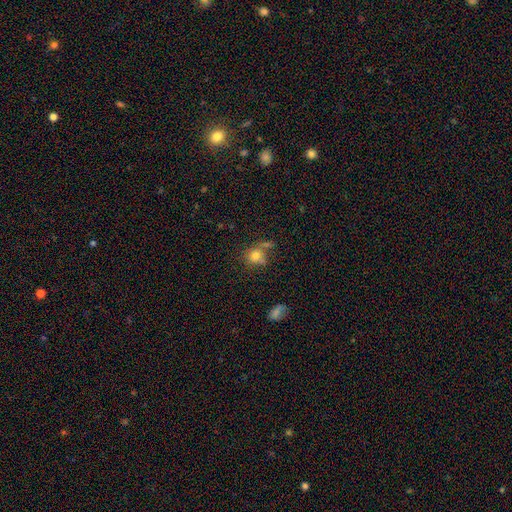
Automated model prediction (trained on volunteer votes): smooth_or_featured: smooth (p=0.76) [alt: star or artifact p=0.13]
how_rounded: round (p=0.75) [alt: in between p=0.23]
merging: none (p=0.55) [alt: merger p=0.19]